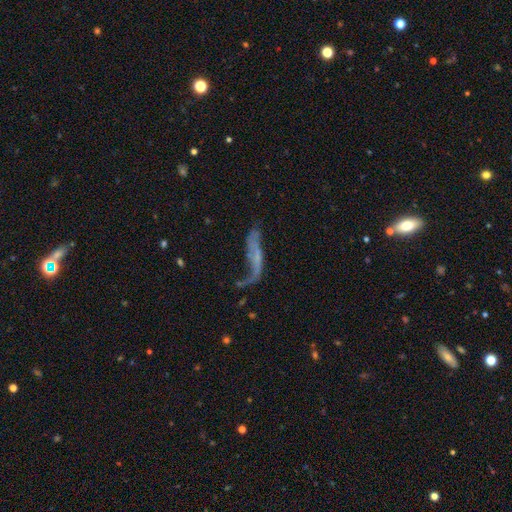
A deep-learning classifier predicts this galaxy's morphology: Overall: featured or disk (59%; smooth 29%). Edge-on disk: no (77%). Merging: major disturbance (42%; none 29%).